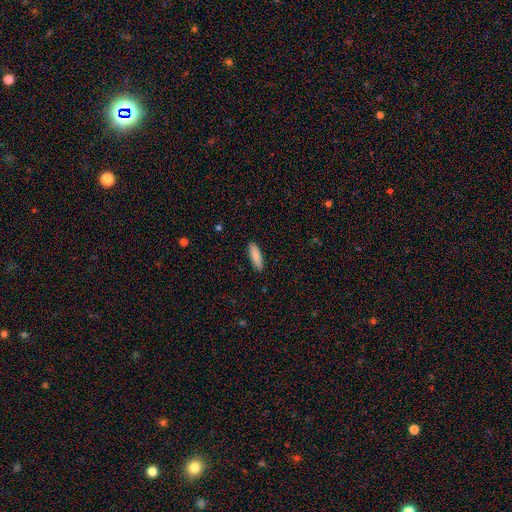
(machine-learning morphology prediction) A smooth galaxy with no disk features (88%) that is cigar-shaped (51%).

Vote fractions:
- Smooth or featured? smooth: 88% / featured or disk: 6% / star or artifact: 6%
- How rounded? cigar-shaped: 51% / in between: 47% / round: 2%
- Merging? none: 90% / minor disturbance: 8% / major disturbance: 2% / merger: 1%